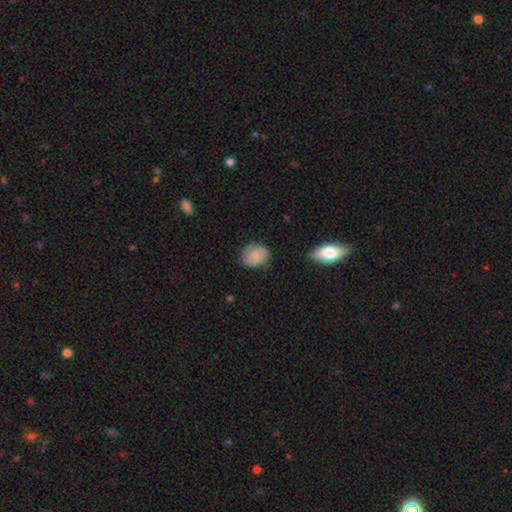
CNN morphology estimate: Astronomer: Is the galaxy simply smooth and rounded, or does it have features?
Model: smooth — 79%.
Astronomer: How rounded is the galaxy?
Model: round — 62%.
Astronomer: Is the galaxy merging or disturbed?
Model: none — 73%.